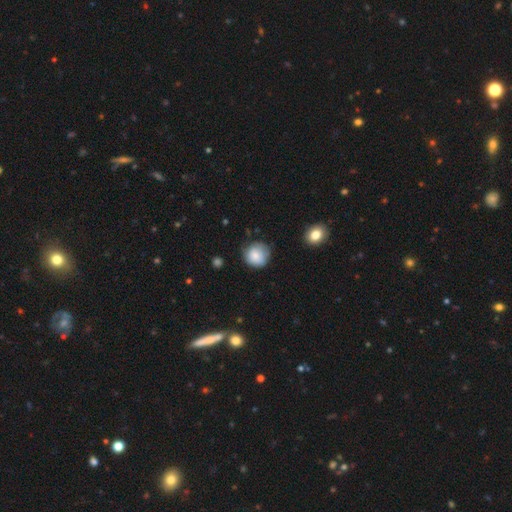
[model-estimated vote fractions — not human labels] smooth 82%, featured or disk 10%, star or artifact 8%. Down the decision tree: how rounded — round (90%); merging — none (72%).